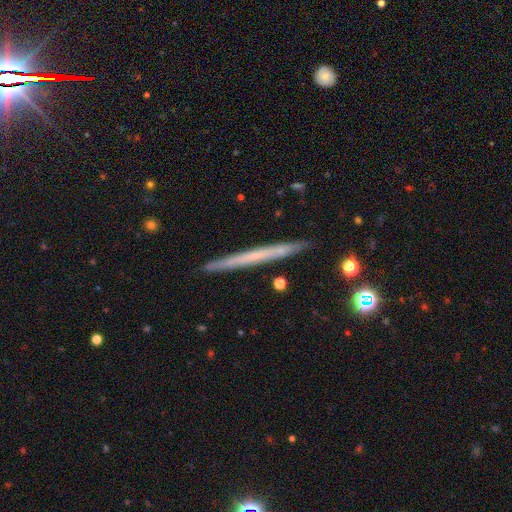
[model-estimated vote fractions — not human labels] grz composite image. It shows a featured or disk galaxy (48%). Merging: none (91%).